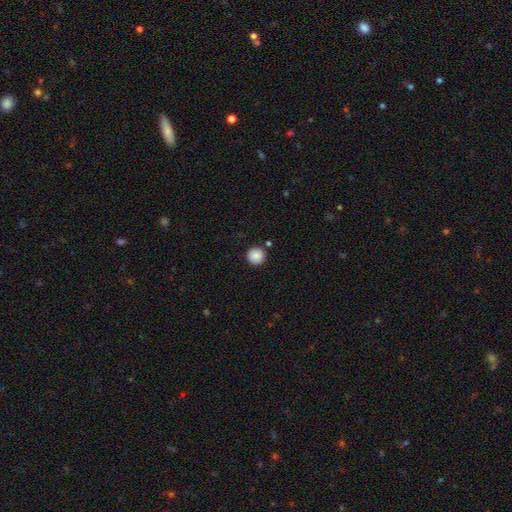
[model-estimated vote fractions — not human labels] This is clearly a smooth galaxy (87%). How rounded: clearly round (94%). Merging: clearly none (87%).